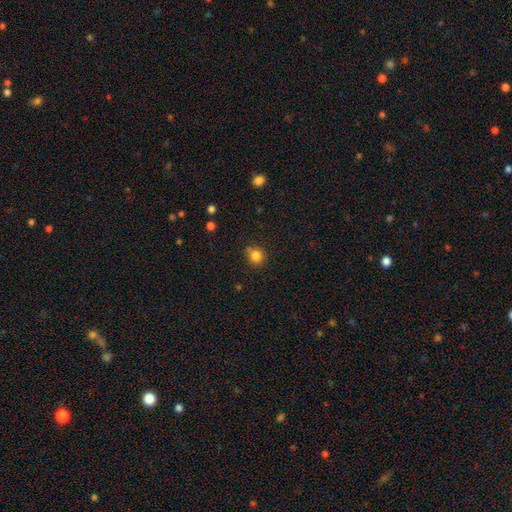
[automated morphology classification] Smooth or featured: smooth — 82% (star or artifact — 12%)
How rounded: round — 89% (in between — 11%)
Merging: none — 79% (minor disturbance — 13%)